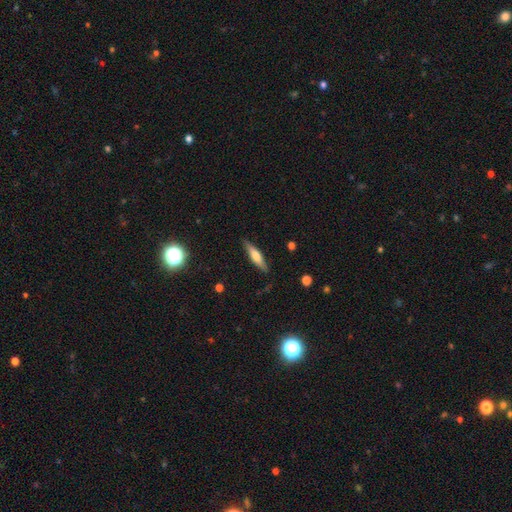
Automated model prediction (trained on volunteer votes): Morphology: type=smooth (49%); merging=none (87%).